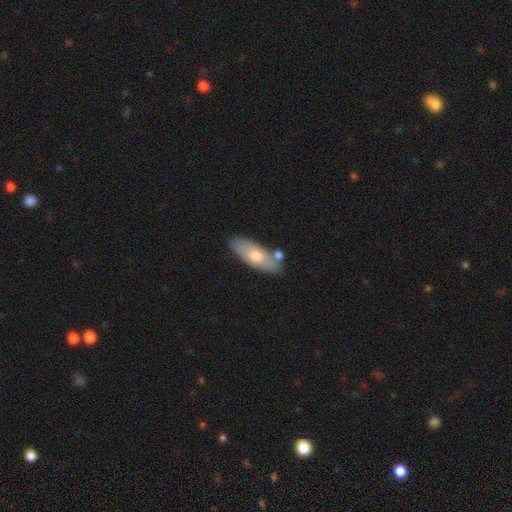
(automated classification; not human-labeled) Smooth or featured? Predicted: smooth (p=0.62). How rounded? Predicted: in between (p=0.74). Merging? Predicted: none (p=0.73).